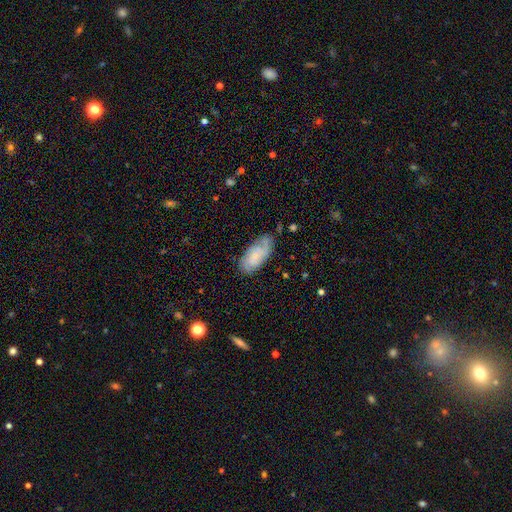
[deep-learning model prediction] Smooth or featured?
  - smooth: 50% *
  - featured or disk: 43%
  - star or artifact: 8%
Merging?
  - none: 59% *
  - minor disturbance: 29%
  - major disturbance: 10%
  - merger: 3%